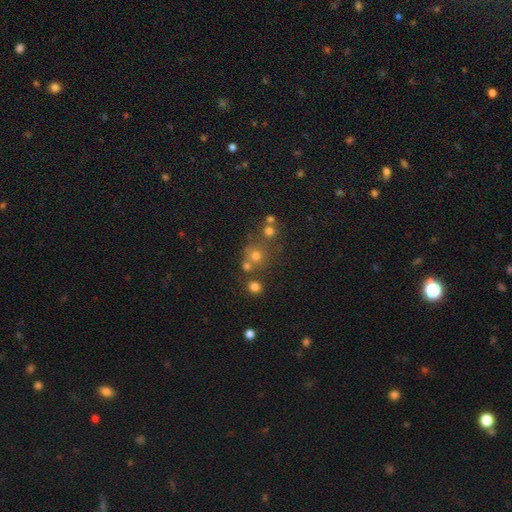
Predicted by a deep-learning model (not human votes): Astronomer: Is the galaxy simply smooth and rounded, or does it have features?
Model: smooth — 61%.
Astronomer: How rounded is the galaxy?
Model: round — 86%.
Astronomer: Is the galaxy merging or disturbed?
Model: none — 61%.